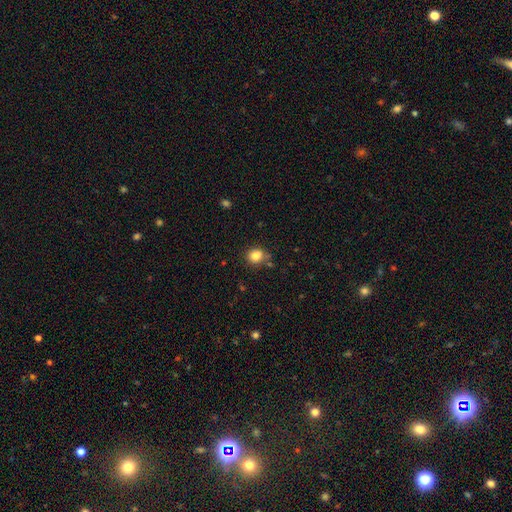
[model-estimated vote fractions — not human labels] This appears to be a smooth galaxy with no disk features (83%) that is round (75%). Merging: none (73%).